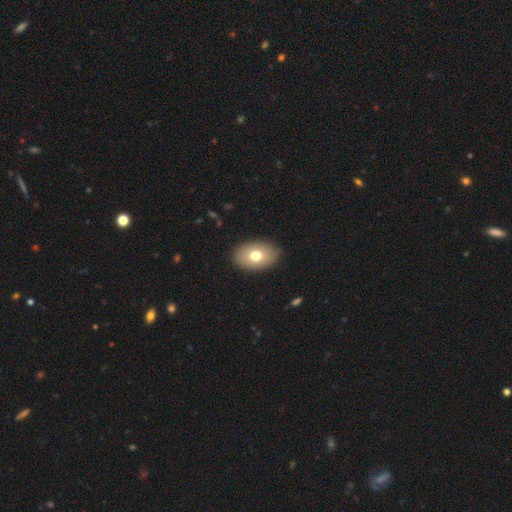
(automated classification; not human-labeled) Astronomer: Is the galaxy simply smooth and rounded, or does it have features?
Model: smooth — 74%.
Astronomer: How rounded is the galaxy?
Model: in between — 88%.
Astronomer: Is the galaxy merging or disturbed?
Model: none — 88%.